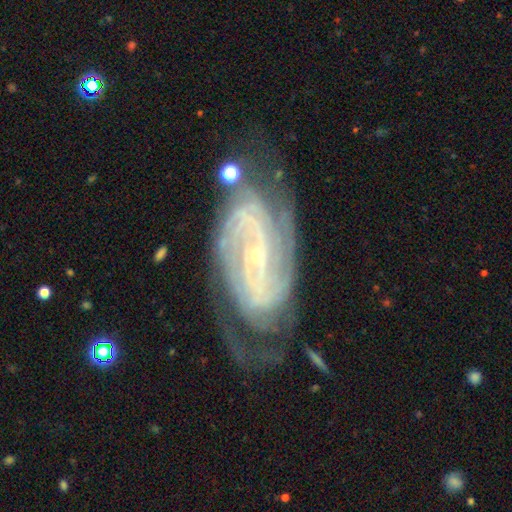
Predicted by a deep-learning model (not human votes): The model was most divided on "bar": no: 38%, weak: 35%, strong: 27%. Remaining: spiral arms — yes (97%); edge-on disk — no (95%); smooth or featured — featured or disk (89%); bulge size — small (83%); merging — none (65%); spiral winding — tight (64%); spiral arm count — 2 (42%).